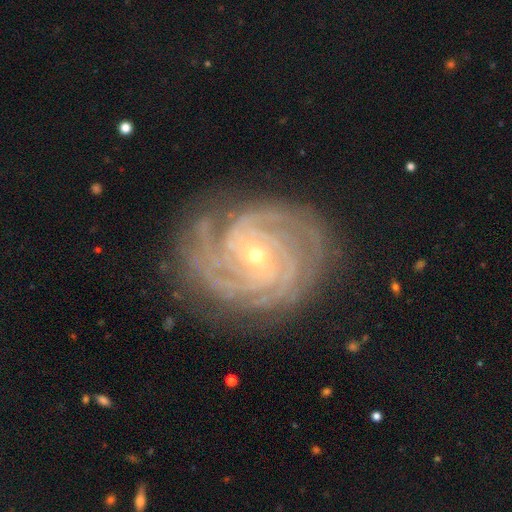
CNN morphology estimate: This is clearly a featured or disk galaxy (92%). It is clearly not viewed edge-on (98%). Bar: possibly no (55%). Spiral arm pattern: clearly yes (99%). Spiral arm count: marginally 4 (31%). Spiral winding: clearly tight (80%). Central bulge: likely small (74%). Merging: clearly none (82%).